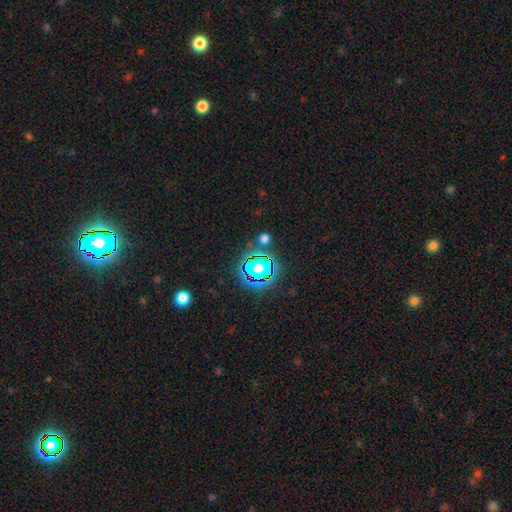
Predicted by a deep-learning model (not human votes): This appears to be a star or artifact, not a galaxy (81%).